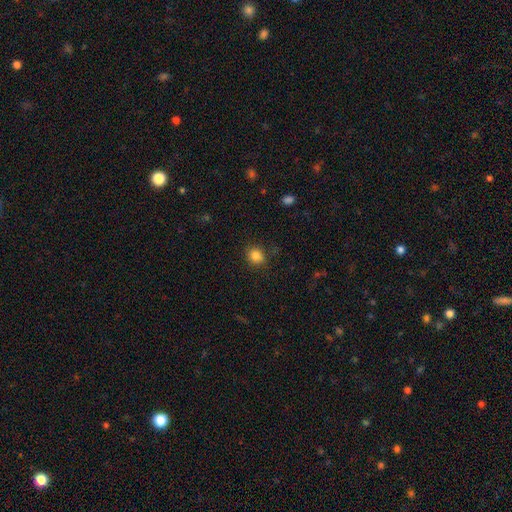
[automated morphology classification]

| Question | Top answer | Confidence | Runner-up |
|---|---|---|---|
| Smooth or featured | smooth | 84% | star or artifact (12%) |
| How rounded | round | 77% | in between (22%) |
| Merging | none | 85% | minor disturbance (10%) |